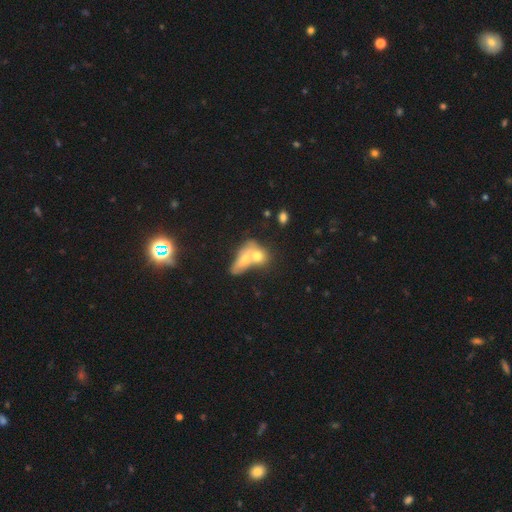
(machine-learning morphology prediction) The model was most divided on "smooth or featured": smooth: 48%, featured or disk: 33%, star or artifact: 19%. More confident: merging — merger (69%).